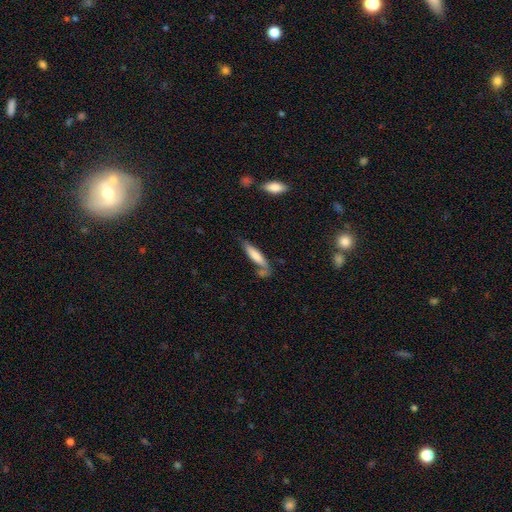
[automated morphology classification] A smooth galaxy with no disk features (72%) that is cigar-shaped (76%).

Vote fractions:
- Smooth or featured? smooth: 72% / featured or disk: 22% / star or artifact: 6%
- How rounded? cigar-shaped: 76% / in between: 22% / round: 2%
- Merging? none: 54% / minor disturbance: 21% / merger: 16% / major disturbance: 9%